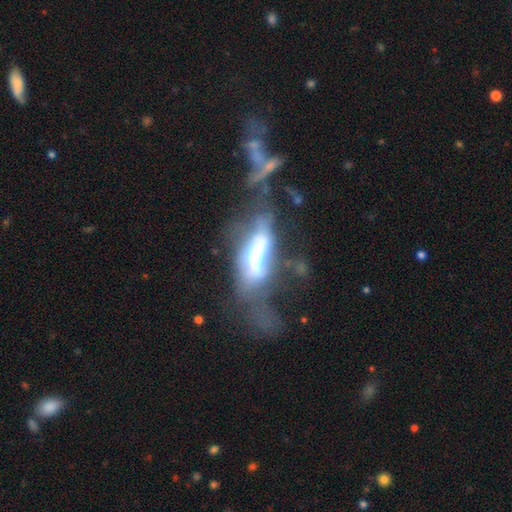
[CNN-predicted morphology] A featured or disk galaxy (60%).

Vote fractions:
- Smooth or featured? featured or disk: 60% / smooth: 29% / star or artifact: 11%
- Edge-on disk? no: 76% / yes: 24%
- Merging? major disturbance: 48% / merger: 20% / none: 18% / minor disturbance: 14%